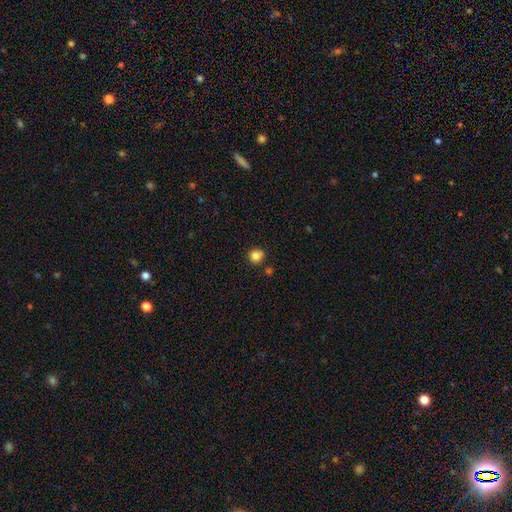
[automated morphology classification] smooth 84%, star or artifact 11%, featured or disk 4%. Down the decision tree: how rounded — round (91%); merging — none (84%).